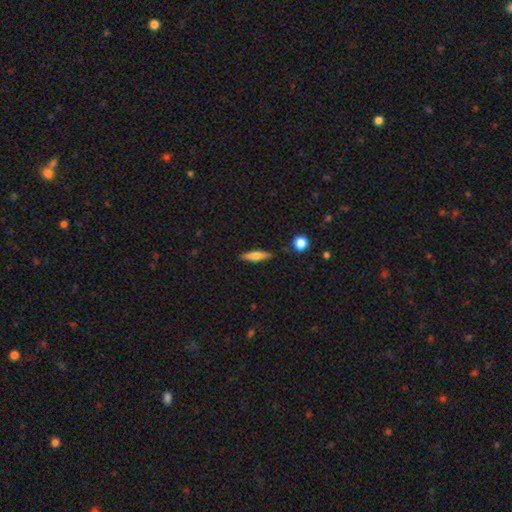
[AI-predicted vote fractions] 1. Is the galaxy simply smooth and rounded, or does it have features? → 60% smooth, 34% featured or disk, 7% star or artifact.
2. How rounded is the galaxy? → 76% cigar-shaped, 21% in between, 3% round.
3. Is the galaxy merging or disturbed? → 85% none, 10% minor disturbance, 2% merger, 2% major disturbance.